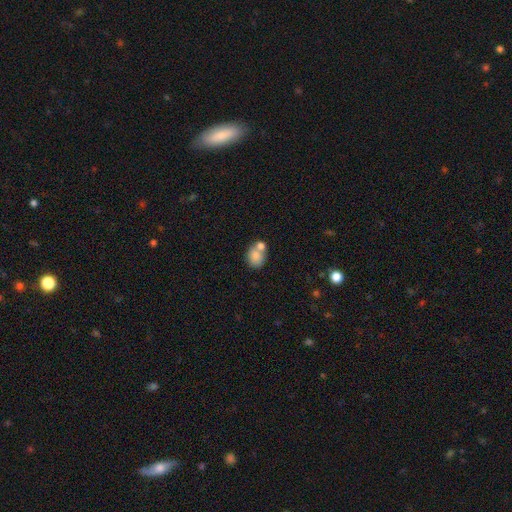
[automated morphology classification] This is clearly a smooth galaxy (80%). How rounded: possibly round (58%). Merging: marginally none (44%).